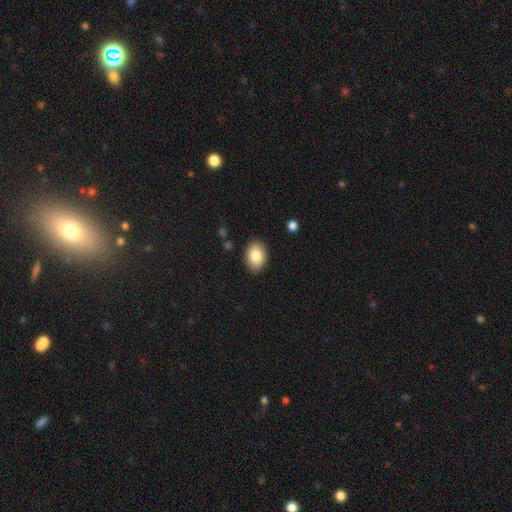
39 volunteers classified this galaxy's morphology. Volunteers were most divided on "how rounded": in between: 81%, round: 19%, cigar-shaped: 0%. More confident: smooth or featured — smooth (82%); merging — none (81%).